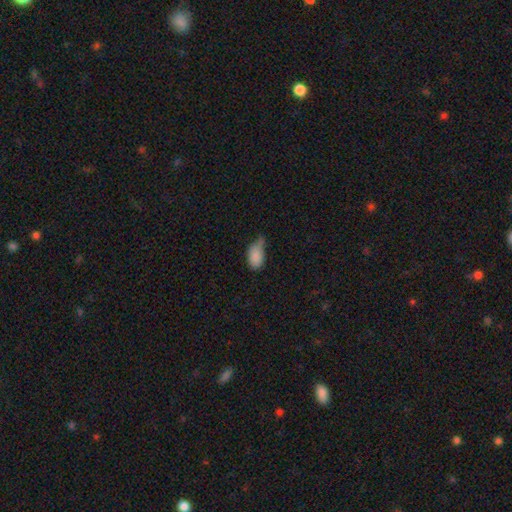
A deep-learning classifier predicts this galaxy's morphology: The model was most divided on "merging": minor disturbance: 45%, none: 31%, major disturbance: 16%, merger: 8%. More confident: how rounded — in between (92%); smooth or featured — smooth (85%).